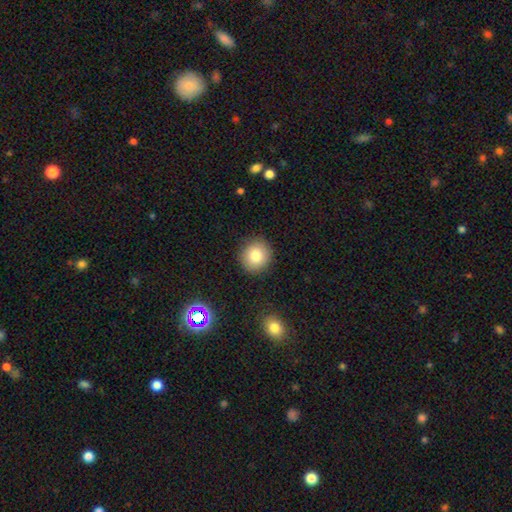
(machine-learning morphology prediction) smooth_or_featured: smooth (p=0.81) [alt: star or artifact p=0.10]
how_rounded: round (p=0.90) [alt: in between p=0.09]
merging: none (p=0.89) [alt: minor disturbance p=0.07]